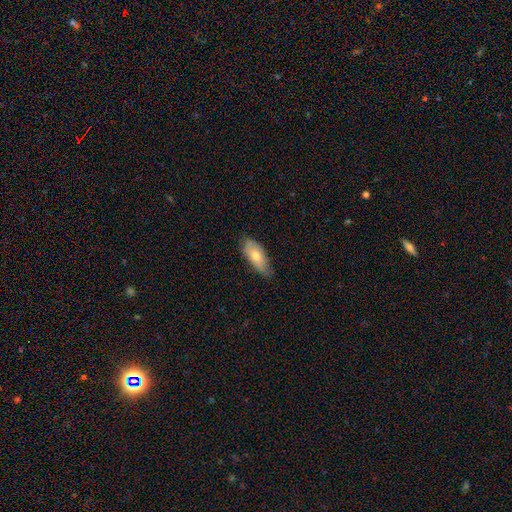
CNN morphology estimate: type=smooth (69%); roundness=in between (75%); merging=none (74%).